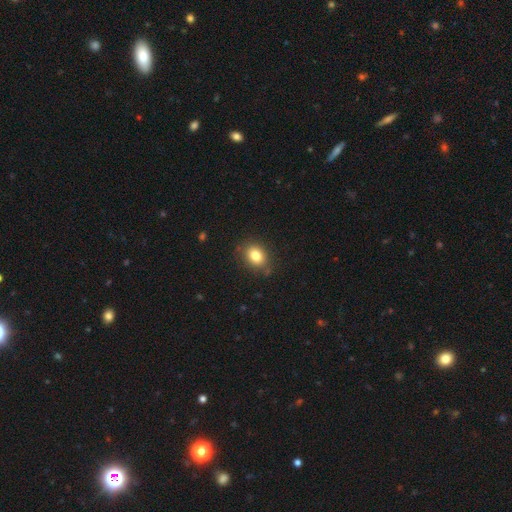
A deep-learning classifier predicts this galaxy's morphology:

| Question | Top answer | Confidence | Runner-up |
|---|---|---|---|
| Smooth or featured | smooth | 82% | star or artifact (10%) |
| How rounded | in between | 57% | round (42%) |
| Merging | none | 83% | minor disturbance (12%) |